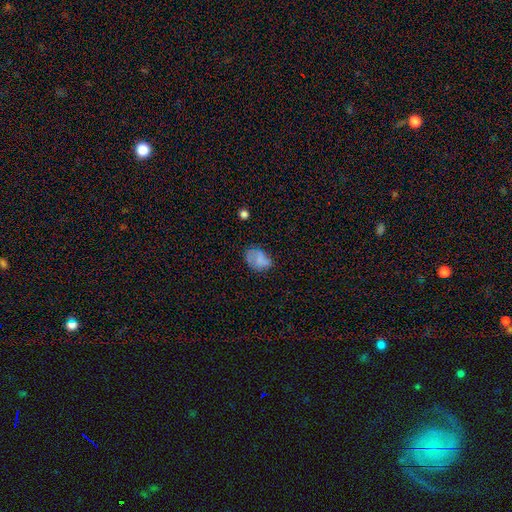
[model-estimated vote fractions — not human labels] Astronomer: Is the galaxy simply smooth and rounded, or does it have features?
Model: smooth — 67%.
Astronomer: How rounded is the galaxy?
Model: in between — 71%.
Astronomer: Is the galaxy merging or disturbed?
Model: none — 54%.